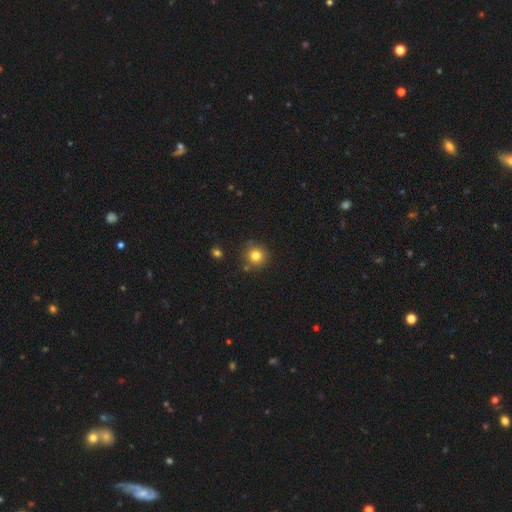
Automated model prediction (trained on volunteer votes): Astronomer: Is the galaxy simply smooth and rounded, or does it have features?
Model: smooth — 81%.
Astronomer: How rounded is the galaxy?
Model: round — 94%.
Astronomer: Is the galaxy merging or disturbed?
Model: none — 83%.